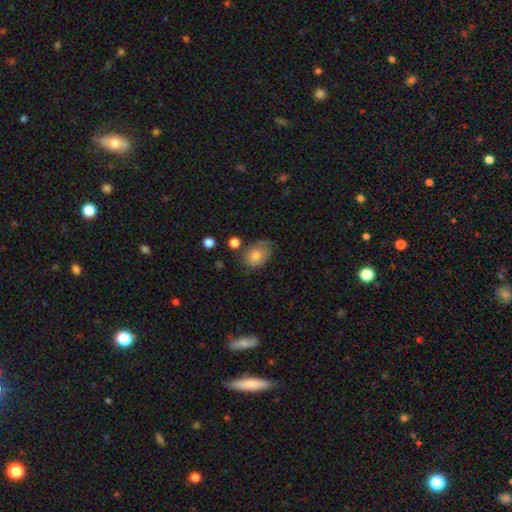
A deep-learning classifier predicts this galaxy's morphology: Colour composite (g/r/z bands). It shows a smooth galaxy with no disk features (79%) that is in between round and cigar-shaped (70%). Merging: none (62%).